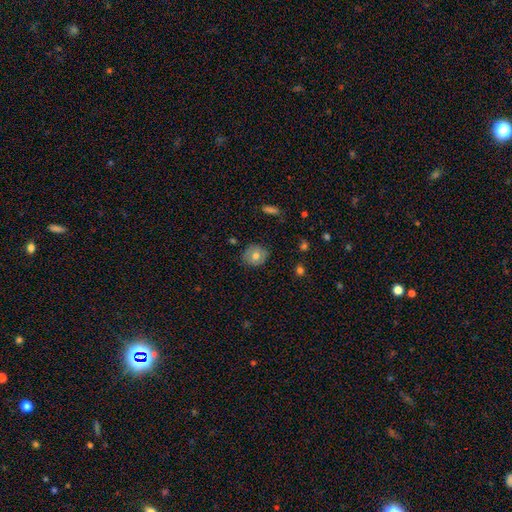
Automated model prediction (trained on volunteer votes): Smooth or featured? Predicted: smooth (p=0.70). How rounded? Predicted: round (p=0.72). Merging? Predicted: none (p=0.82).